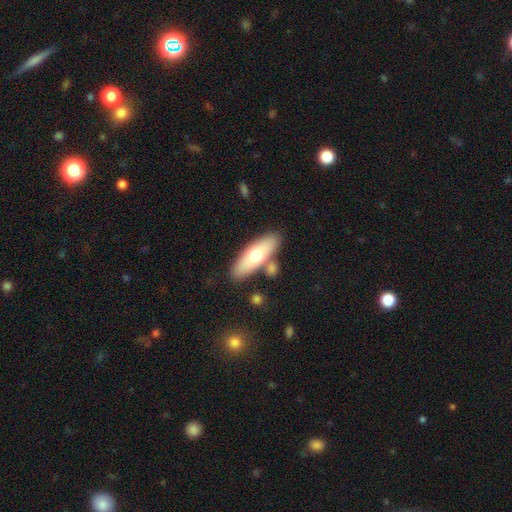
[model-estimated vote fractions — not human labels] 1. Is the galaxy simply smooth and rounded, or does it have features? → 63% smooth, 31% featured or disk, 6% star or artifact.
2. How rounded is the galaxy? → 56% in between, 42% cigar-shaped, 2% round.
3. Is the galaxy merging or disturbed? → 74% none, 12% merger, 11% minor disturbance, 3% major disturbance.